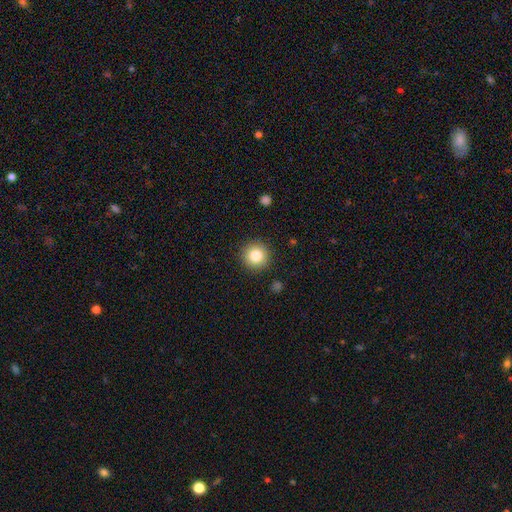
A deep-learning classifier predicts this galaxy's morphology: A smooth galaxy with no disk features (84%) that is round (95%). Merging: none (91%).